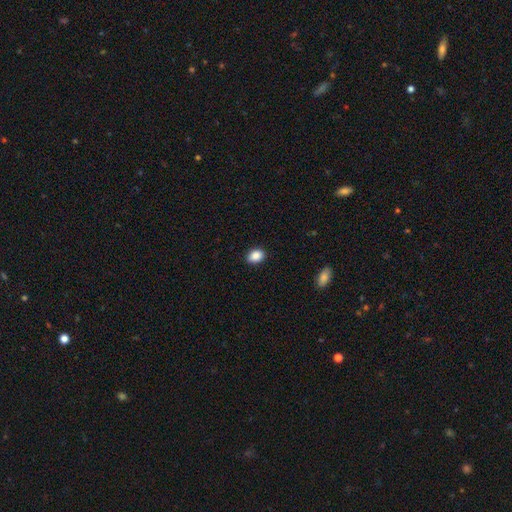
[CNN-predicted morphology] Q: Smooth or featured?
A: smooth (89%); runner-up: star or artifact (8%)
Q: How rounded?
A: in between (73%); runner-up: round (26%)
Q: Merging?
A: none (90%); runner-up: minor disturbance (8%)